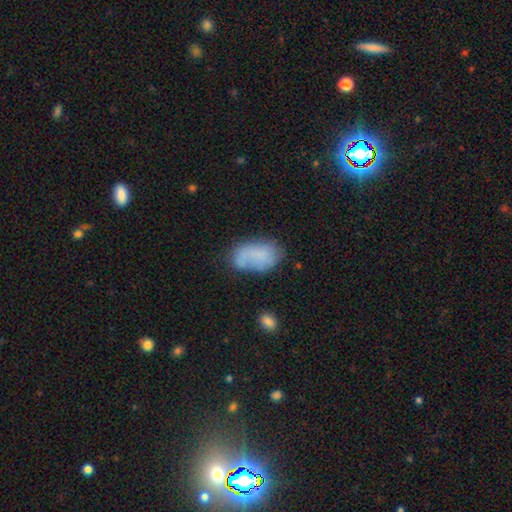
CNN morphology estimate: smooth-or-featured: smooth: 68% | featured or disk: 21% | star or artifact: 10%
  how-rounded: in between: 91% | round: 7% | cigar-shaped: 2%
  merging: none: 49% | minor disturbance: 28% | major disturbance: 14% | merger: 10%